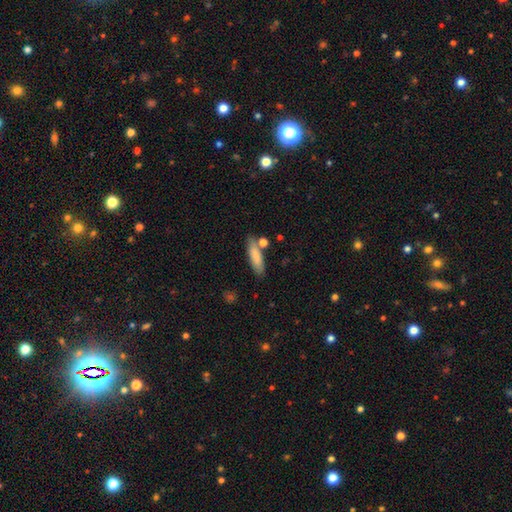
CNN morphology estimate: A smooth galaxy with no disk features (82%) that is cigar-shaped (59%).

Vote fractions:
- Smooth or featured? smooth: 82% / featured or disk: 11% / star or artifact: 6%
- How rounded? cigar-shaped: 59% / in between: 39% / round: 2%
- Merging? none: 73% / minor disturbance: 14% / merger: 10% / major disturbance: 3%